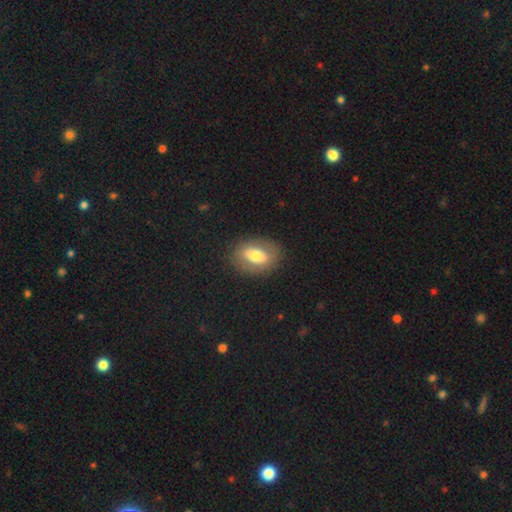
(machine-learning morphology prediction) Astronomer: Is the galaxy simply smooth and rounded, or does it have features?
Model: smooth — 62%.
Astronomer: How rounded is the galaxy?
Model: in between — 77%.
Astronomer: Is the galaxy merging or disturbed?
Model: none — 83%.